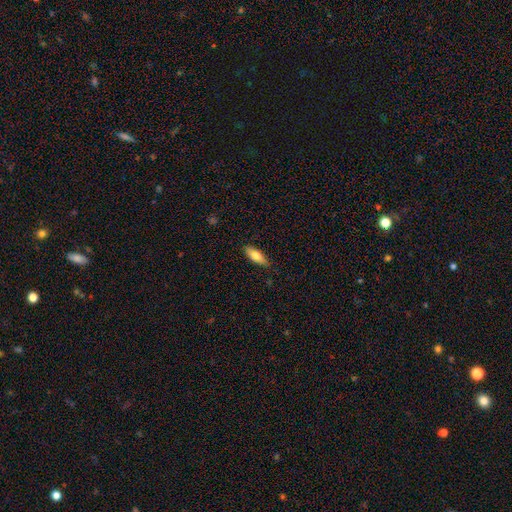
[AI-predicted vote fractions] This is likely a smooth galaxy (74%). How rounded: likely in between (64%). Merging: clearly none (85%).